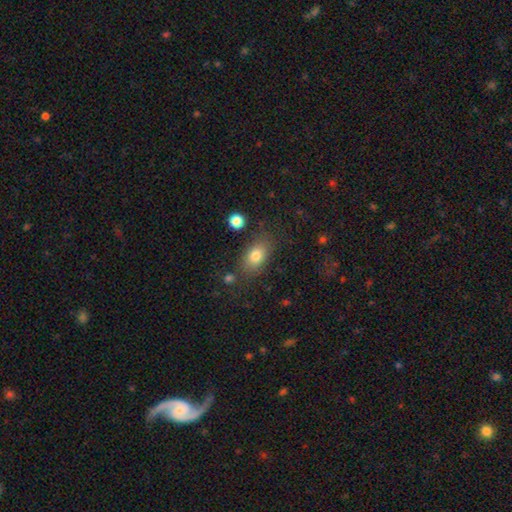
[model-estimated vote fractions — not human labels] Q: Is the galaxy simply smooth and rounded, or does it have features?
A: smooth — 79%.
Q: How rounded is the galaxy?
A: in between — 82%.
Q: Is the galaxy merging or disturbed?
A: none — 76%.